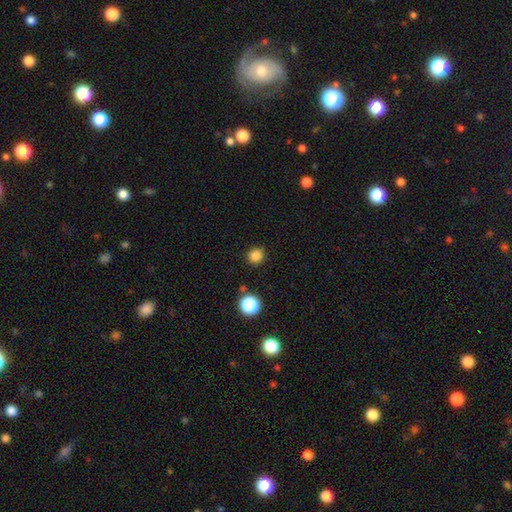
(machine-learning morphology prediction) smooth 84%, star or artifact 13%, featured or disk 3%. Down the decision tree: how rounded — round (93%); merging — none (89%).